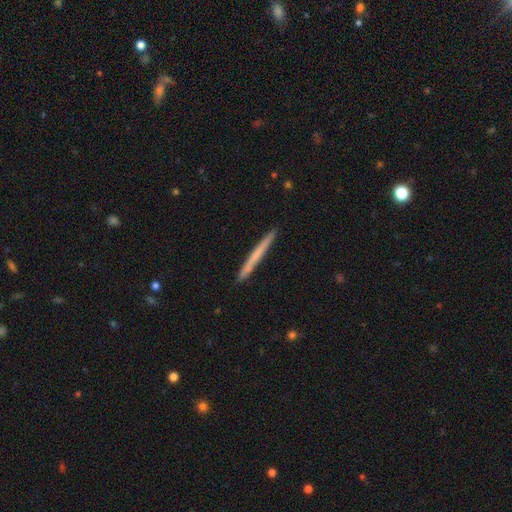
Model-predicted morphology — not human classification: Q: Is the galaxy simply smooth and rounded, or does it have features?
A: smooth — 57%.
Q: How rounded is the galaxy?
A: cigar-shaped — 97%.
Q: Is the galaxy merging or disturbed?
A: none — 93%.